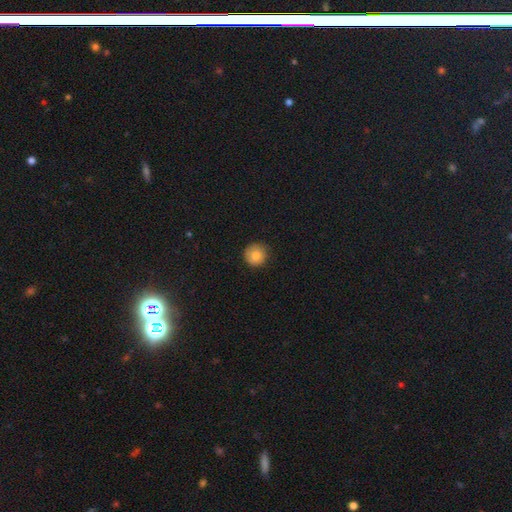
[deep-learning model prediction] smooth 83%, star or artifact 8%, featured or disk 8%. Down the decision tree: how rounded — round (93%); merging — none (81%).